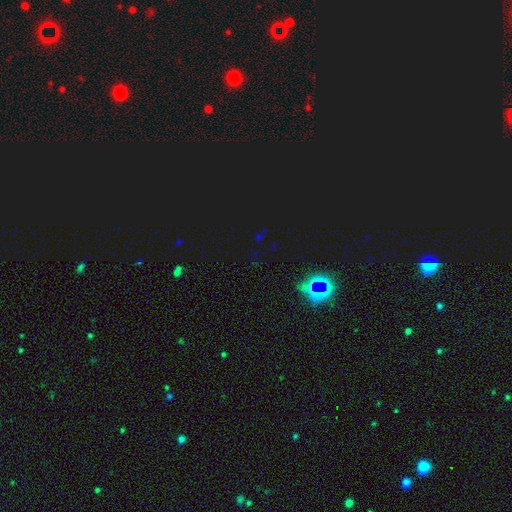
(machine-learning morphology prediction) A star or artifact, not a galaxy (75%).